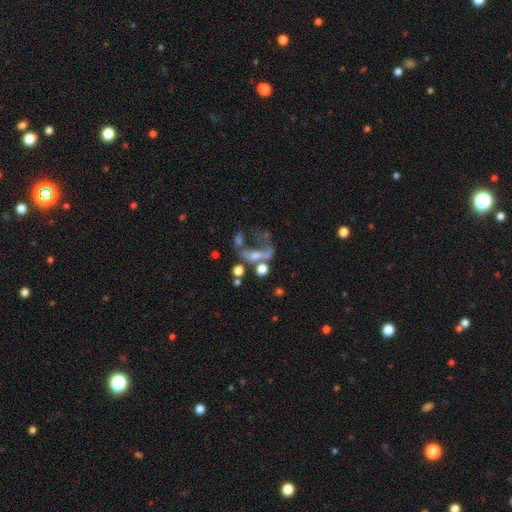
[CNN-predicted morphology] A featured or disk galaxy (46%). Merging: merger (35%).